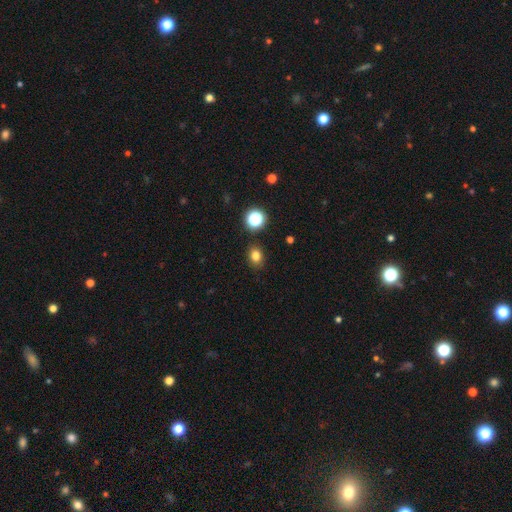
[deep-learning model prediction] A smooth galaxy with no disk features (79%) that is in between round and cigar-shaped (51%).

Vote fractions:
- Smooth or featured? smooth: 79% / star or artifact: 15% / featured or disk: 6%
- How rounded? in between: 51% / round: 48% / cigar-shaped: 1%
- Merging? none: 87% / minor disturbance: 8% / major disturbance: 2% / merger: 2%